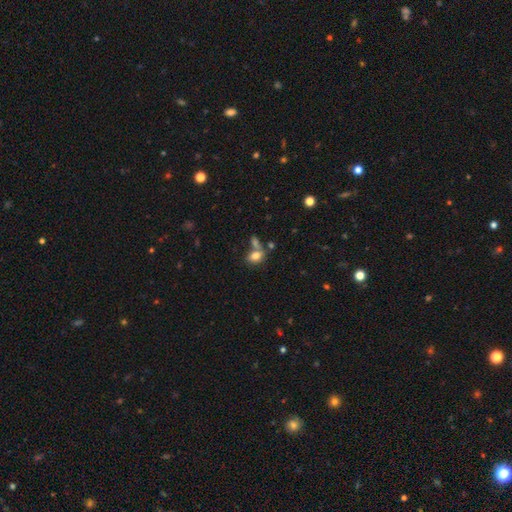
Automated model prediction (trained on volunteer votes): Morphology: type=smooth (78%); roundness=in between (77%); merging=none (50%).